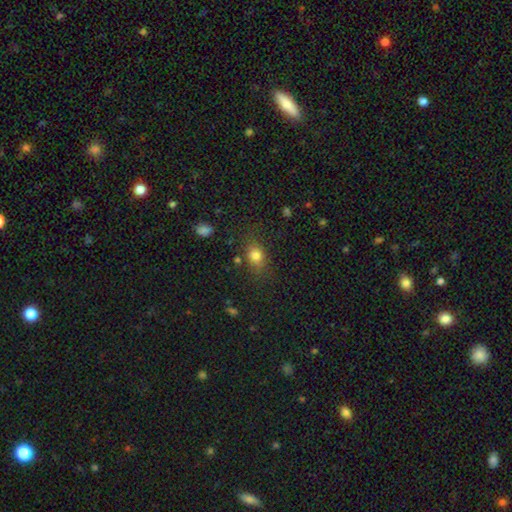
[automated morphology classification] Smooth or featured? smooth (78%)
How rounded? in between (59%)
Merging? none (73%)